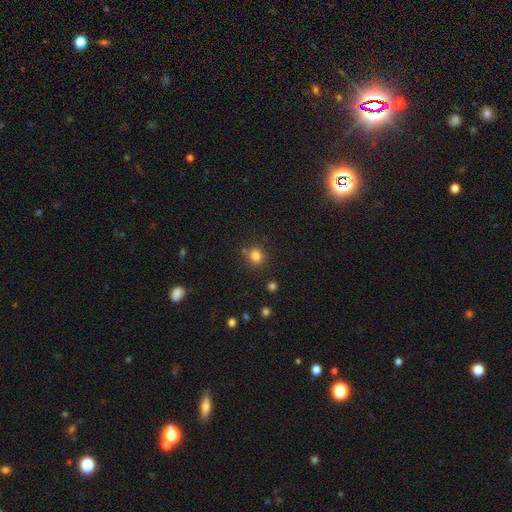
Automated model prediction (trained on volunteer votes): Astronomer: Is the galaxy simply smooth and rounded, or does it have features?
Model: smooth — 81%.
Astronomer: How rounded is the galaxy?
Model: round — 84%.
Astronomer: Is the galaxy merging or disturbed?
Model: none — 76%.